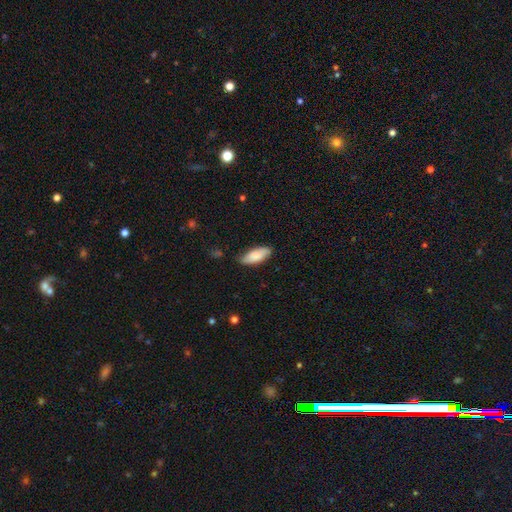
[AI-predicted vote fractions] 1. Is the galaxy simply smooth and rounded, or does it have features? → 82% smooth, 12% featured or disk, 6% star or artifact.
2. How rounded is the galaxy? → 79% in between, 19% cigar-shaped, 2% round.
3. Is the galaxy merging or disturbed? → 81% none, 15% minor disturbance, 3% major disturbance, 1% merger.